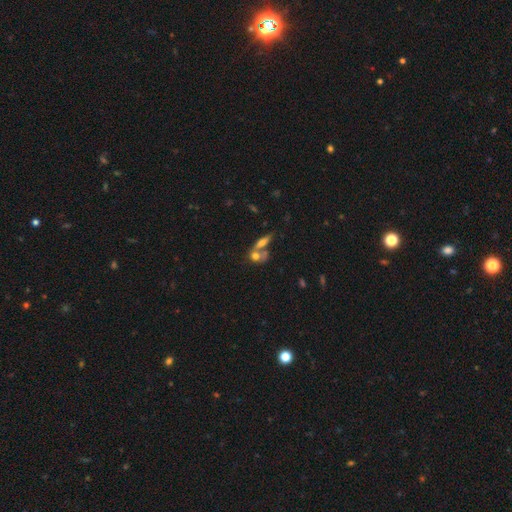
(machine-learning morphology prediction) Smooth or featured? smooth (62%)
How rounded? in between (51%)
Merging? merger (54%)